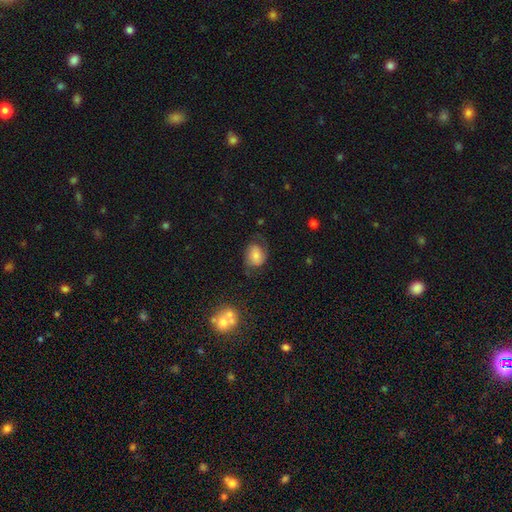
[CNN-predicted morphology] A smooth galaxy with no disk features (61%) that is in between round and cigar-shaped (55%).

Vote fractions:
- Smooth or featured? smooth: 61% / featured or disk: 29% / star or artifact: 10%
- How rounded? in between: 55% / round: 44% / cigar-shaped: 1%
- Merging? none: 50% / minor disturbance: 28% / major disturbance: 19% / merger: 3%